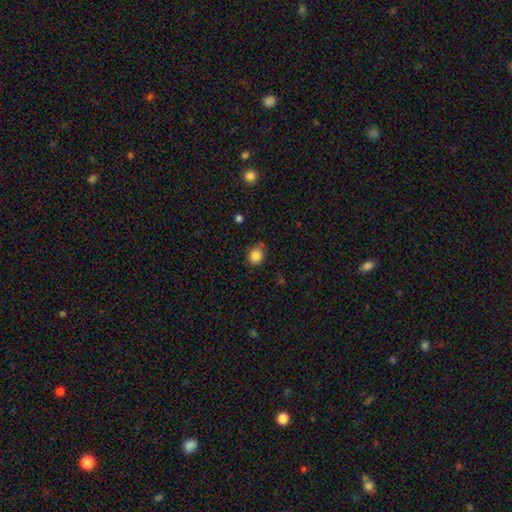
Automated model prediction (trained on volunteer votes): Smooth or featured: smooth — 84% (star or artifact — 11%)
How rounded: round — 75% (in between — 24%)
Merging: none — 76% (minor disturbance — 18%)